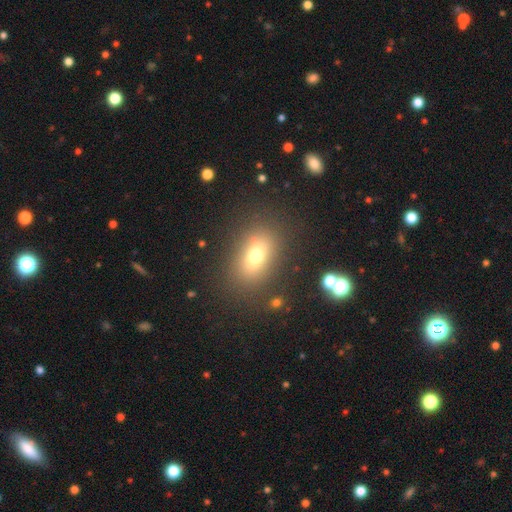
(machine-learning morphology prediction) smooth 69%, featured or disk 16%, star or artifact 14%. Down the decision tree: how rounded — in between (78%); merging — none (82%).